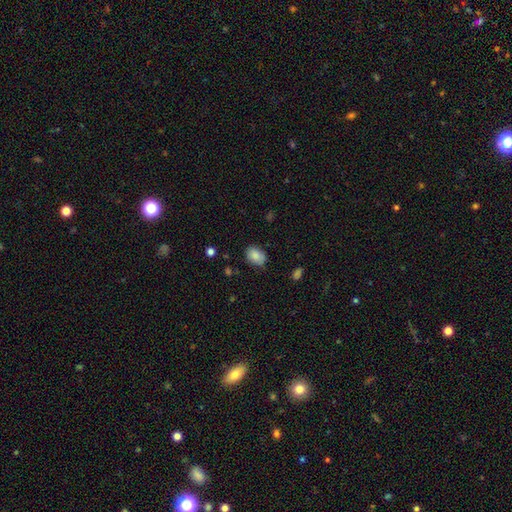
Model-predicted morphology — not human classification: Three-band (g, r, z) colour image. It shows a smooth galaxy with no disk features (84%) that is in between round and cigar-shaped (72%). Merging: none (78%).